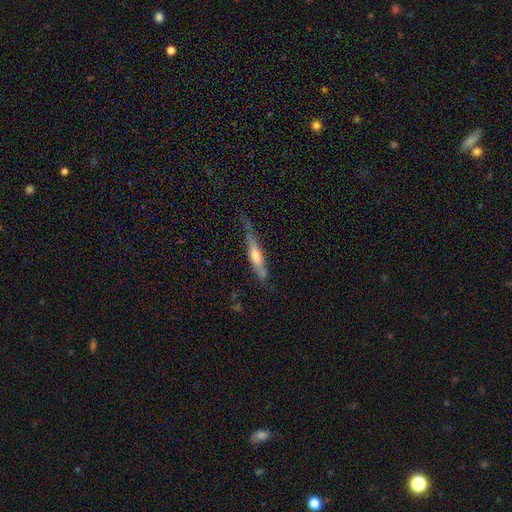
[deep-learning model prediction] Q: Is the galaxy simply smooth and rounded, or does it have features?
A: featured or disk — 50%.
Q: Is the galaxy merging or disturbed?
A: none — 57%.